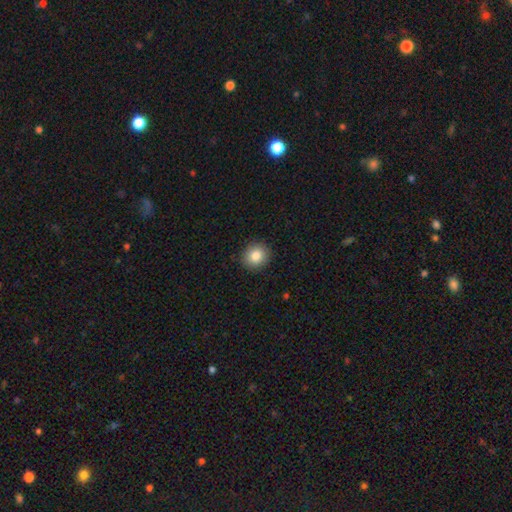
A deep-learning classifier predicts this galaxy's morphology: A smooth galaxy with no disk features (84%) that is round (85%).

Vote fractions:
- Smooth or featured? smooth: 84% / star or artifact: 9% / featured or disk: 6%
- How rounded? round: 85% / in between: 14% / cigar-shaped: 1%
- Merging? none: 91% / minor disturbance: 7% / major disturbance: 2% / merger: 1%